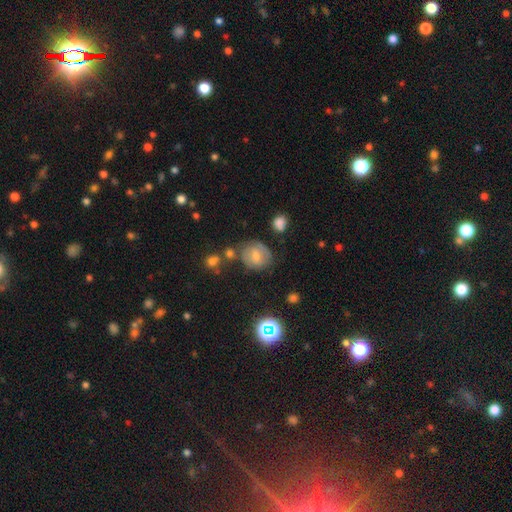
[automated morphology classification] Smooth or featured: smooth — 53% (featured or disk — 35%)
How rounded: round — 66% (in between — 33%)
Merging: none — 60% (minor disturbance — 22%)